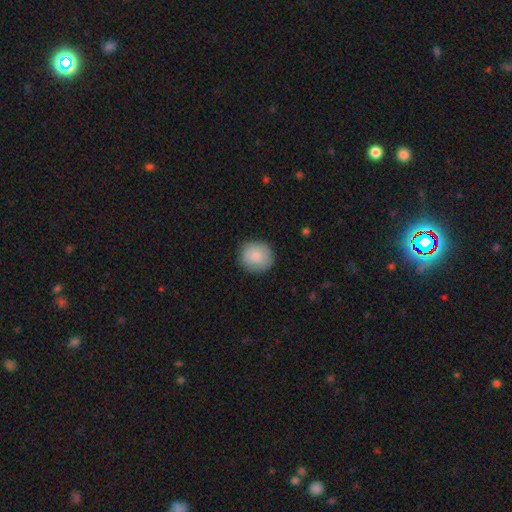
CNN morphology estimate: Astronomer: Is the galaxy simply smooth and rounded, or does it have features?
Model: smooth — 84%.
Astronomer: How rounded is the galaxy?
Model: round — 89%.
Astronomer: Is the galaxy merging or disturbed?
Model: none — 83%.